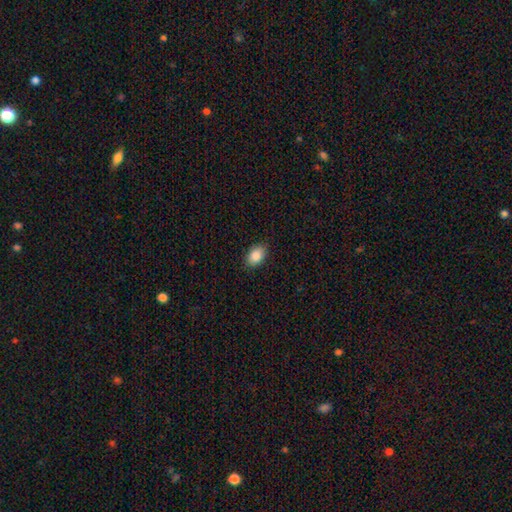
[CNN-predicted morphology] smooth-or-featured: smooth: 88% | star or artifact: 8% | featured or disk: 4%
  how-rounded: in between: 84% | round: 15% | cigar-shaped: 1%
  merging: none: 87% | minor disturbance: 10% | major disturbance: 2% | merger: 1%